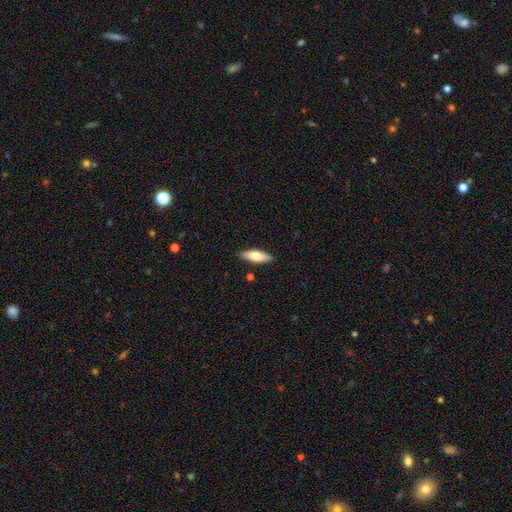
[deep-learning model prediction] Smooth or featured? Predicted: smooth (p=0.69). How rounded? Predicted: in between (p=0.56). Merging? Predicted: none (p=0.87).